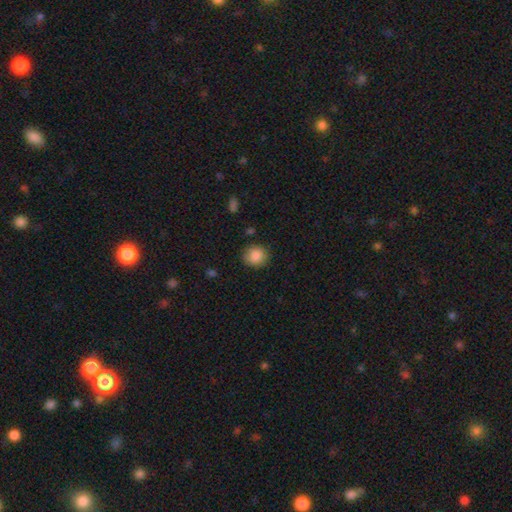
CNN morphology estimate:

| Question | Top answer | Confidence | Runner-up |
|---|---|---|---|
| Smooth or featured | smooth | 86% | star or artifact (8%) |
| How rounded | round | 81% | in between (18%) |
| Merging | none | 85% | minor disturbance (11%) |